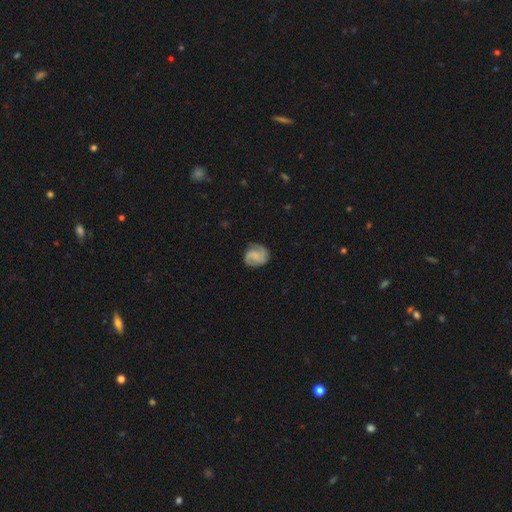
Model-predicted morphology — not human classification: This appears to be a featured or disk galaxy (61%) with no bar (47%), 2 (71%) medium (45%) spiral arms (92%) and no central bulge (53%). Merging: none (74%).